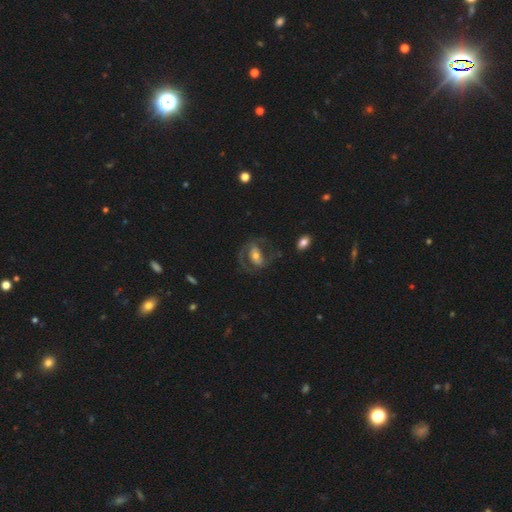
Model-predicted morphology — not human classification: type=featured or disk (69%); edge-on=no (95%); bar=no (38%); spiral arms=yes (72%); bulge=moderate (54%); merging=none (57%).